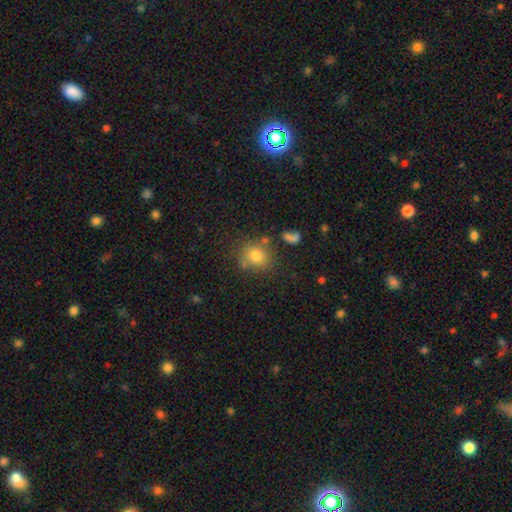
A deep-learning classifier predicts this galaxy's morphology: Overall: smooth (78%). How rounded: round (79%). Merging: none (69%).